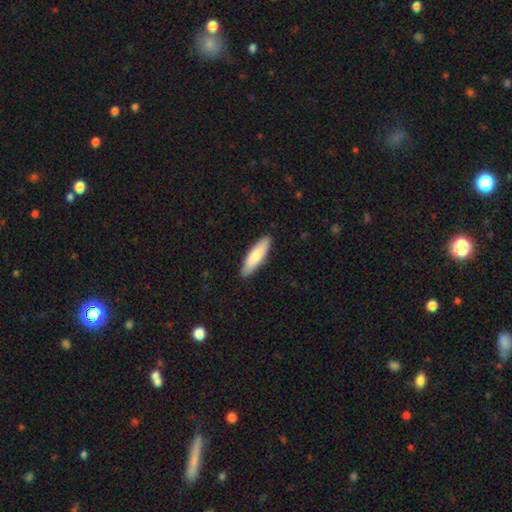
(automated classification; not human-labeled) A smooth galaxy with no disk features (75%) that is cigar-shaped (64%).

Vote fractions:
- Smooth or featured? smooth: 75% / featured or disk: 20% / star or artifact: 5%
- How rounded? cigar-shaped: 64% / in between: 34% / round: 2%
- Merging? none: 89% / minor disturbance: 9% / major disturbance: 2% / merger: 1%